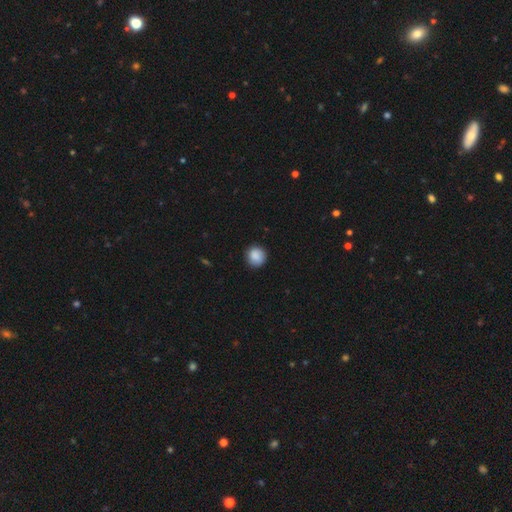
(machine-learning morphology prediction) smooth-or-featured: smooth: 87% | star or artifact: 8% | featured or disk: 5%
  how-rounded: round: 91% | in between: 8% | cigar-shaped: 1%
  merging: none: 87% | minor disturbance: 10% | major disturbance: 2% | merger: 1%